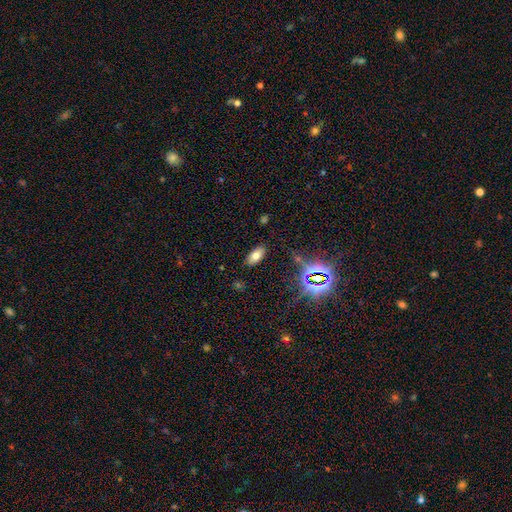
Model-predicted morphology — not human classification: smooth-or-featured: smooth: 69% | star or artifact: 19% | featured or disk: 13%
  how-rounded: in between: 91% | cigar-shaped: 6% | round: 3%
  merging: none: 87% | minor disturbance: 9% | major disturbance: 3% | merger: 2%